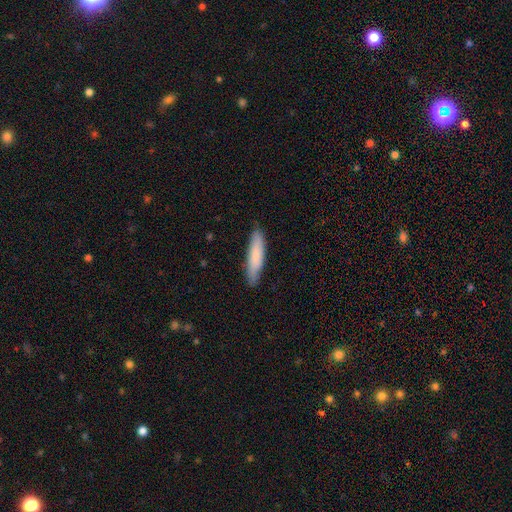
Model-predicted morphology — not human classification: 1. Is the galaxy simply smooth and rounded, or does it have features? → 80% smooth, 15% featured or disk, 5% star or artifact.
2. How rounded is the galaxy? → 81% cigar-shaped, 17% in between, 1% round.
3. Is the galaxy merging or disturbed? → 85% none, 12% minor disturbance, 2% major disturbance, 1% merger.